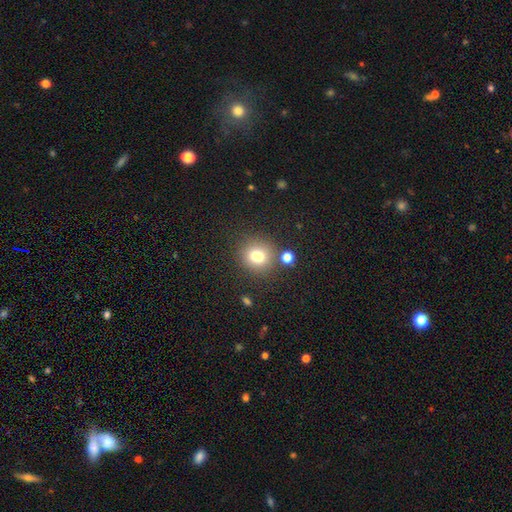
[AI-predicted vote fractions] Smooth or featured?
  - smooth: 76% *
  - star or artifact: 14%
  - featured or disk: 10%
How rounded?
  - round: 84% *
  - in between: 15%
  - cigar-shaped: 1%
Merging?
  - none: 74% *
  - merger: 12%
  - minor disturbance: 10%
  - major disturbance: 4%